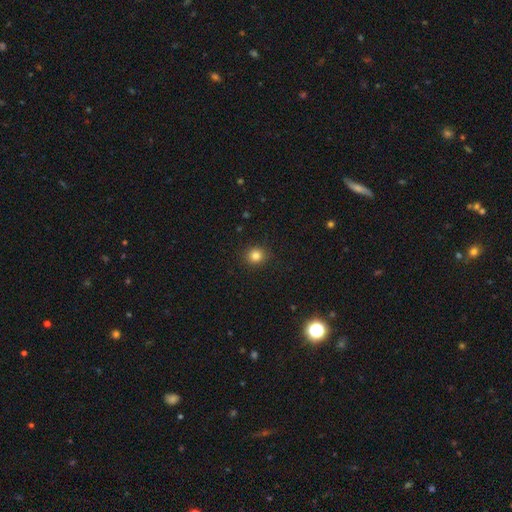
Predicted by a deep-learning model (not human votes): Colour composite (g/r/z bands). It shows a smooth galaxy with no disk features (83%) that is round (88%). Merging: none (90%).